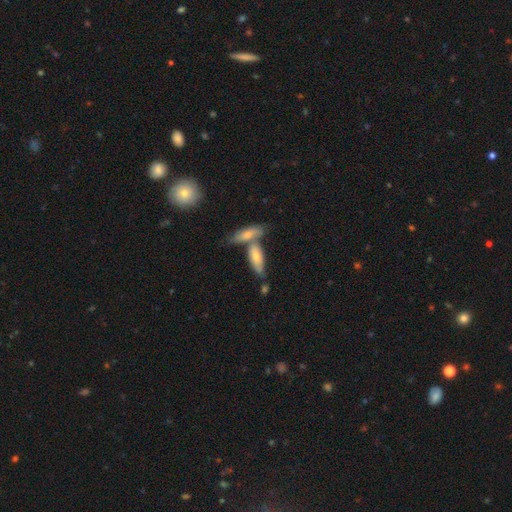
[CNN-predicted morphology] type=smooth (58%); roundness=in between (59%); merging=none (43%).